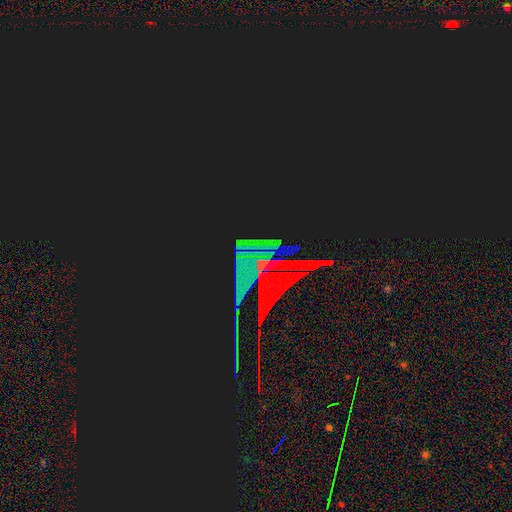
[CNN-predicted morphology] type=star or artifact (74%).